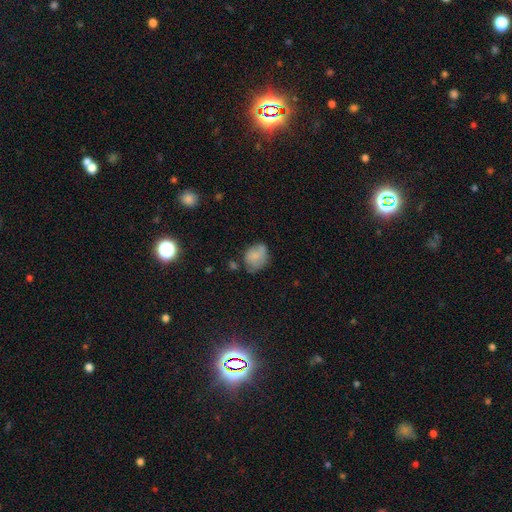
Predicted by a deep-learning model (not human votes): Morphology: type=smooth (74%); roundness=round (50%); merging=none (52%).